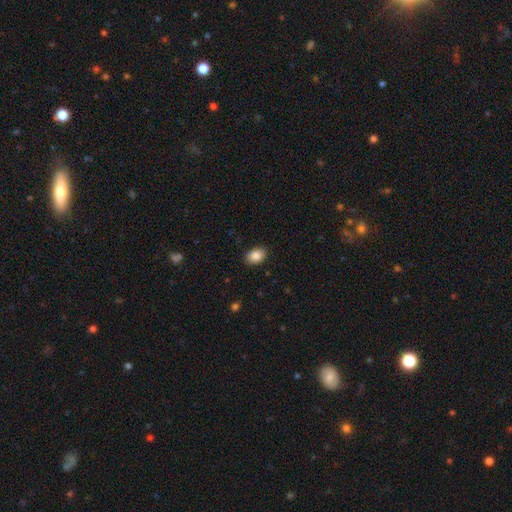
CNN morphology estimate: A smooth galaxy with no disk features (86%) that is in between round and cigar-shaped (81%). Merging: none (89%).